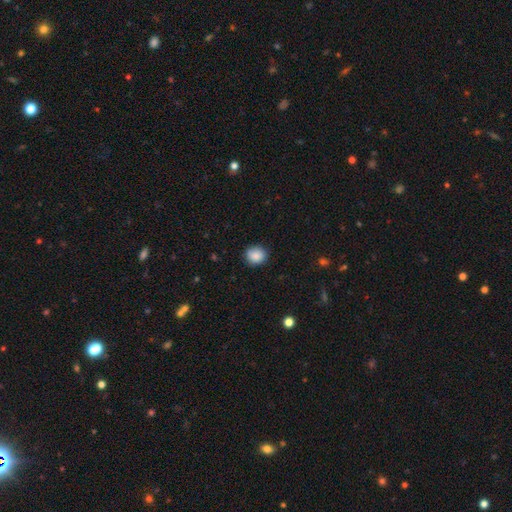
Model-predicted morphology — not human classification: Smooth or featured? smooth (88%)
How rounded? round (78%)
Merging? none (87%)